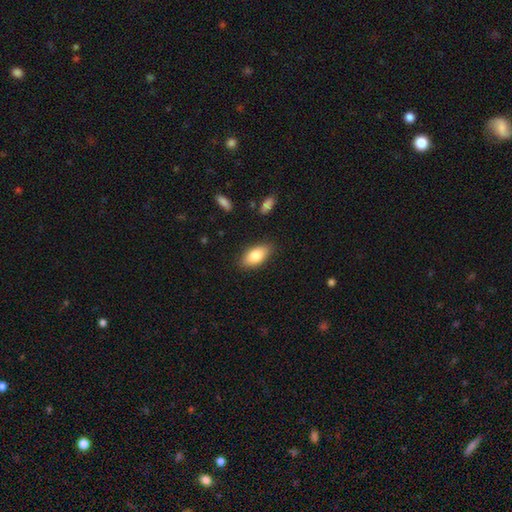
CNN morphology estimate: A smooth galaxy with no disk features (81%) that is in between round and cigar-shaped (90%).

Vote fractions:
- Smooth or featured? smooth: 81% / featured or disk: 12% / star or artifact: 7%
- How rounded? in between: 90% / cigar-shaped: 7% / round: 3%
- Merging? none: 85% / minor disturbance: 11% / major disturbance: 3% / merger: 1%